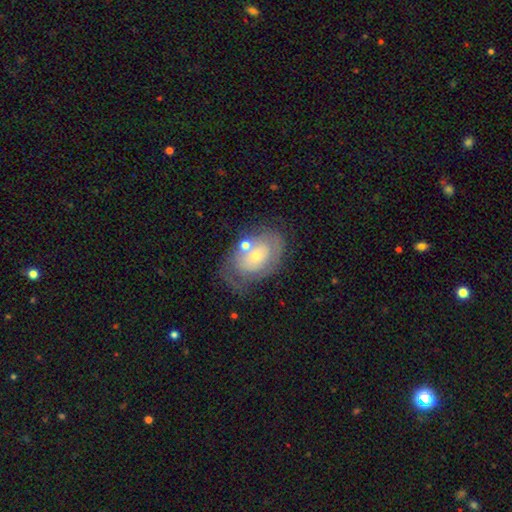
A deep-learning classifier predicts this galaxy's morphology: A featured or disk galaxy (55%) with no bar (82%), spiral arms (52%) and a small central bulge (66%).

Vote fractions:
- Smooth or featured? featured or disk: 55% / smooth: 37% / star or artifact: 8%
- Edge-on disk? no: 95% / yes: 5%
- Bar? no: 82% / weak: 14% / strong: 3%
- Spiral arms? yes: 52% / no: 48%
- Bulge size? small: 66% / moderate: 28% / large: 3% / none: 2% / dominant: 1%
- Merging? none: 52% / minor disturbance: 24% / major disturbance: 14% / merger: 10%